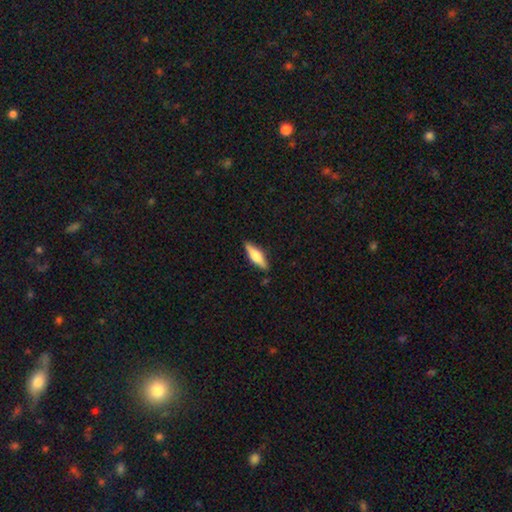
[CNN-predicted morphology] smooth-or-featured: smooth: 54% | featured or disk: 40% | star or artifact: 6%
  how-rounded: cigar-shaped: 54% | in between: 43% | round: 2%
  merging: none: 86% | minor disturbance: 10% | major disturbance: 2% | merger: 1%